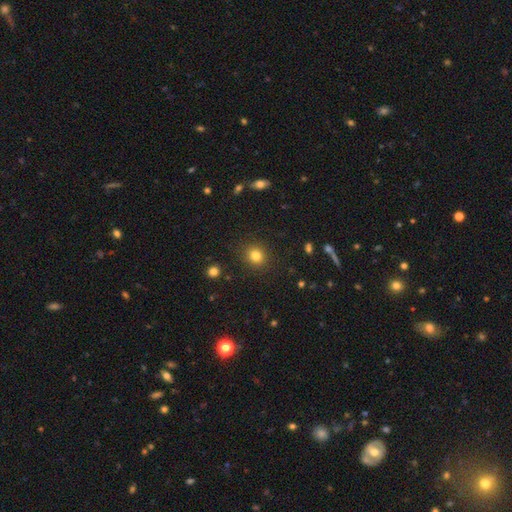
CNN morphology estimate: Overall: smooth (82%). How rounded: round (84%). Merging: none (89%).